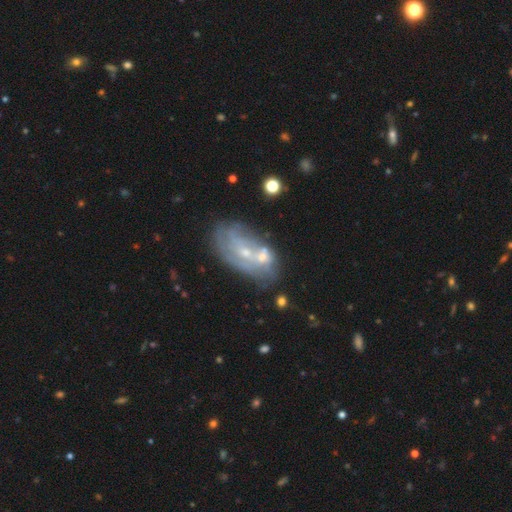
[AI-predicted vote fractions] Morphology: type=featured or disk (65%); edge-on=no (93%); bar=no (68%); spiral arms=yes (51%); bulge=small (64%); merging=none (35%).